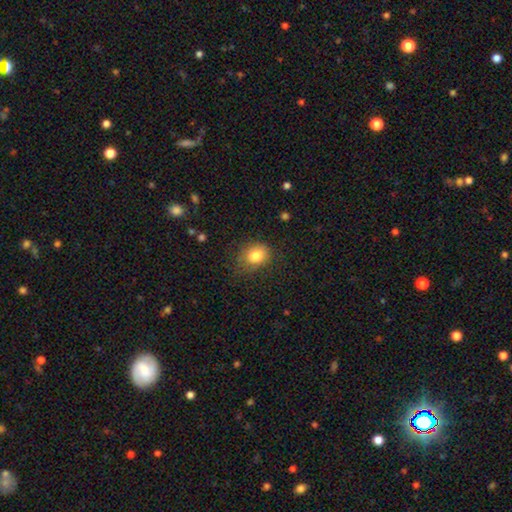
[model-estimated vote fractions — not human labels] This is clearly a smooth galaxy (82%). How rounded: possibly round (53%). Merging: likely none (69%).